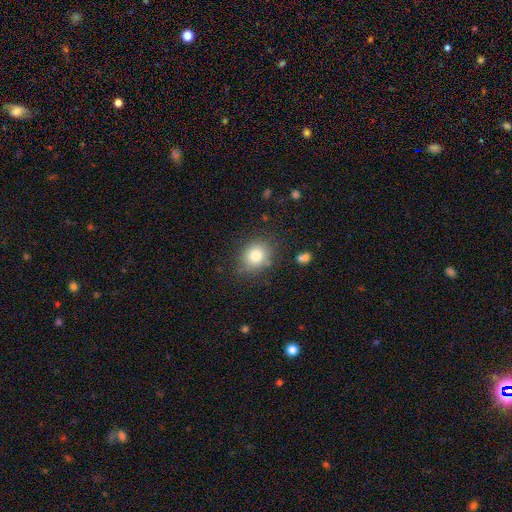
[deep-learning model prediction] Smooth or featured?
  - smooth: 80% *
  - star or artifact: 11%
  - featured or disk: 9%
How rounded?
  - round: 73% *
  - in between: 26%
  - cigar-shaped: 1%
Merging?
  - none: 79% *
  - minor disturbance: 14%
  - major disturbance: 4%
  - merger: 3%